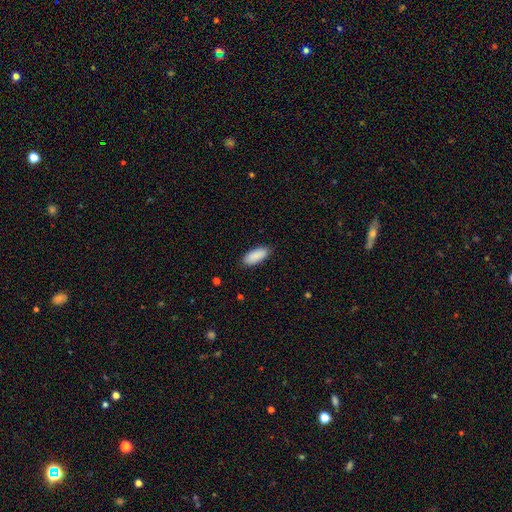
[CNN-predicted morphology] This appears to be a smooth galaxy with no disk features (90%) that is in between round and cigar-shaped (84%). Merging: none (86%).